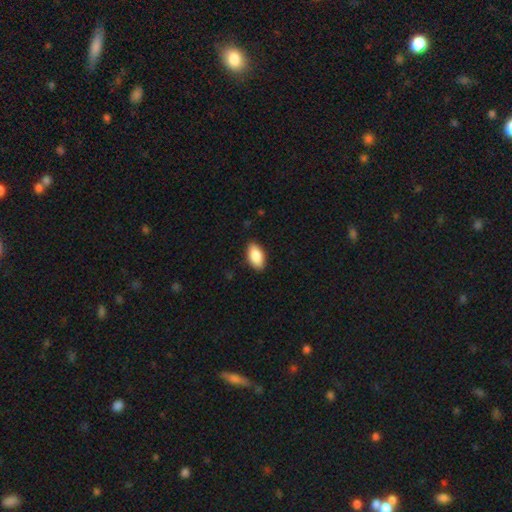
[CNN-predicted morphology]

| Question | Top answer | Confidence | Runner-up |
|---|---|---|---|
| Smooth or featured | smooth | 87% | featured or disk (7%) |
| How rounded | in between | 94% | cigar-shaped (3%) |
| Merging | none | 88% | minor disturbance (9%) |